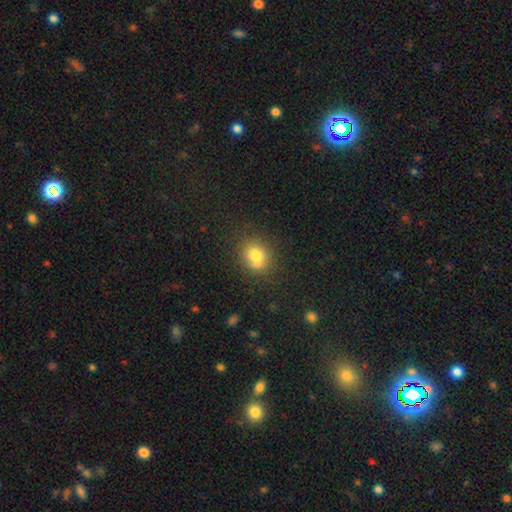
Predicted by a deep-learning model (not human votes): Smooth or featured? Predicted: smooth (p=0.76). How rounded? Predicted: round (p=0.72). Merging? Predicted: none (p=0.62).